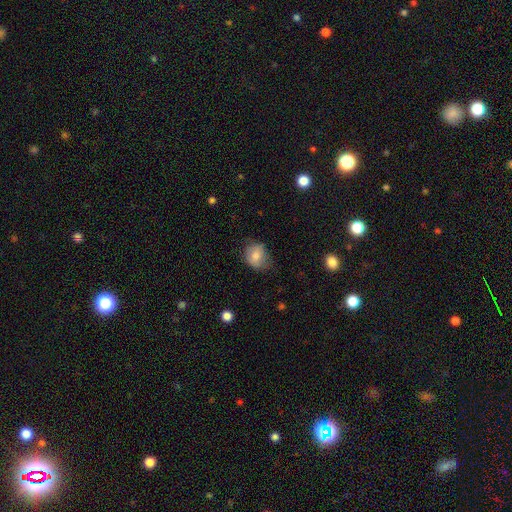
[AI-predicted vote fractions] smooth-or-featured: smooth: 75% | featured or disk: 16% | star or artifact: 9%
  how-rounded: round: 64% | in between: 35% | cigar-shaped: 1%
  merging: none: 61% | minor disturbance: 29% | major disturbance: 9% | merger: 1%